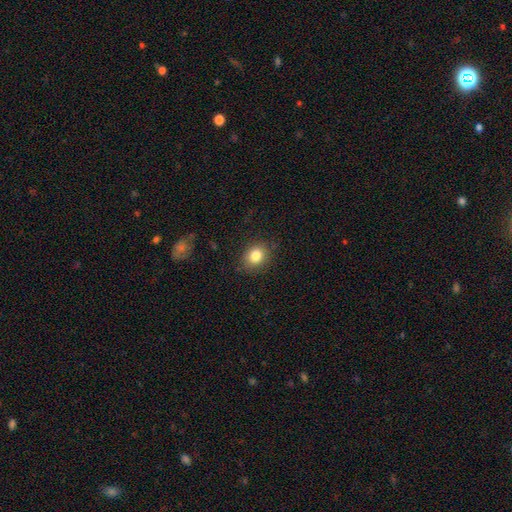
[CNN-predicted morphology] smooth-or-featured: smooth: 83% | star or artifact: 10% | featured or disk: 7%
  how-rounded: round: 55% | in between: 44% | cigar-shaped: 1%
  merging: none: 84% | minor disturbance: 12% | major disturbance: 3% | merger: 1%